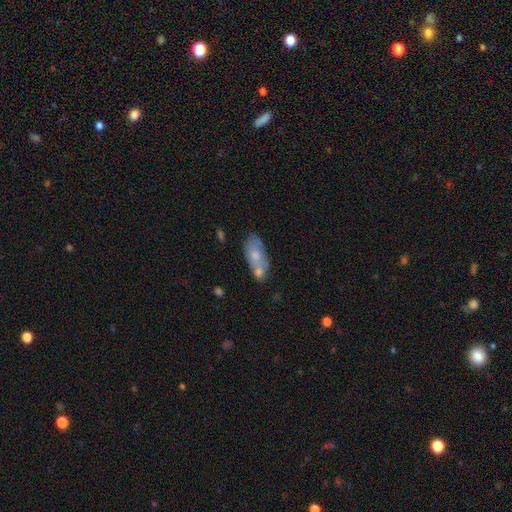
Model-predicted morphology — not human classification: Smooth or featured? Predicted: smooth (p=0.62). How rounded? Predicted: in between (p=0.85). Merging? Predicted: none (p=0.44).